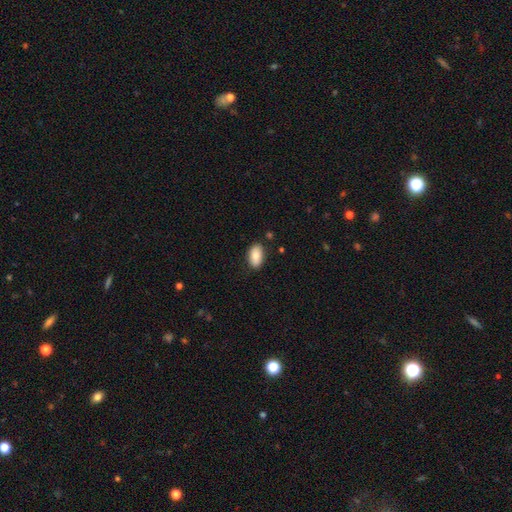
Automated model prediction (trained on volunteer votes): This is clearly a smooth galaxy (84%). How rounded: clearly in between (93%). Merging: clearly none (85%).